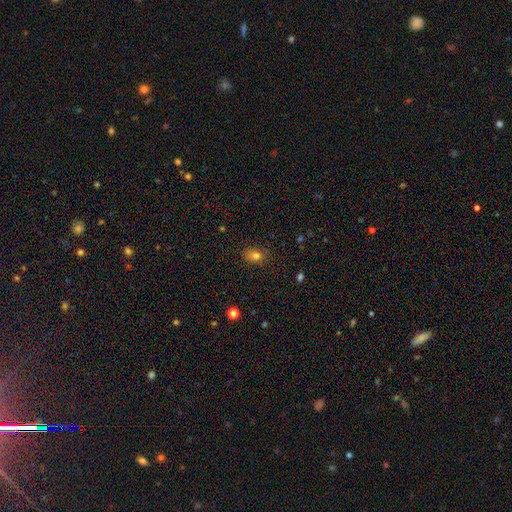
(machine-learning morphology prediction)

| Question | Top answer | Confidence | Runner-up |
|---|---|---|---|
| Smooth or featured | smooth | 76% | star or artifact (15%) |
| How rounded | in between | 67% | round (31%) |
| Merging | none | 79% | minor disturbance (16%) |